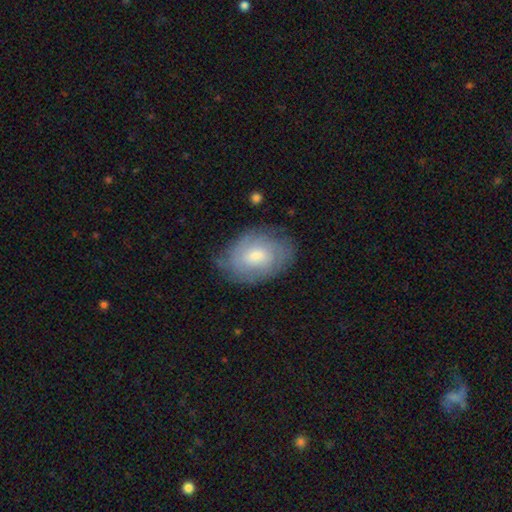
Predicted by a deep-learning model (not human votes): Overall: featured or disk (54%; smooth 38%). Edge-on disk: no (96%). Bar: no (61%; weak 34%). Spiral arms: yes (78%). Bulge size: moderate (47%; small 46%). Merging: none (71%).